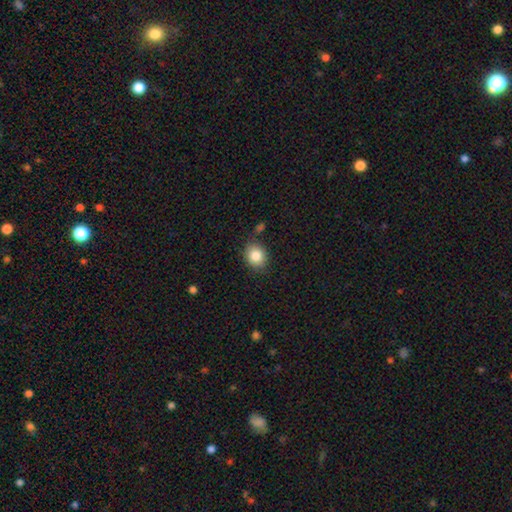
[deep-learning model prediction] The model was most divided on "how rounded": round: 63%, in between: 36%, cigar-shaped: 1%. More confident: smooth or featured — smooth (85%); merging — none (79%).